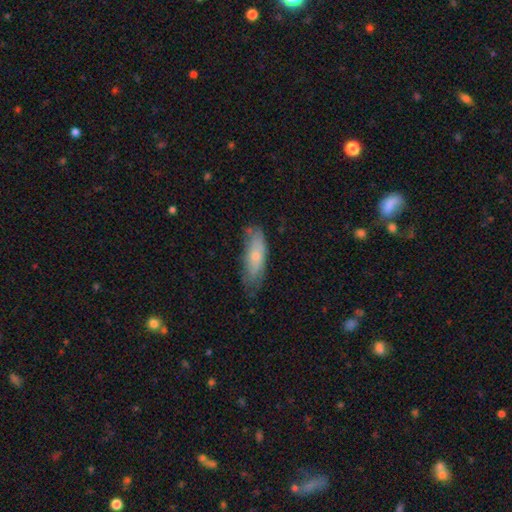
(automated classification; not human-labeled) smooth_or_featured: smooth (p=0.62) [alt: featured or disk p=0.32]
how_rounded: in between (p=0.59) [alt: cigar-shaped p=0.39]
merging: none (p=0.59) [alt: minor disturbance p=0.31]